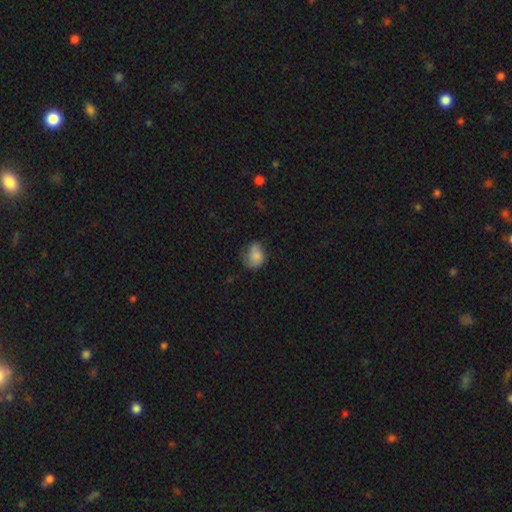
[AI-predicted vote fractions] Overall: smooth (72%). How rounded: round (52%; in between 47%). Merging: none (45%; minor disturbance 34%).